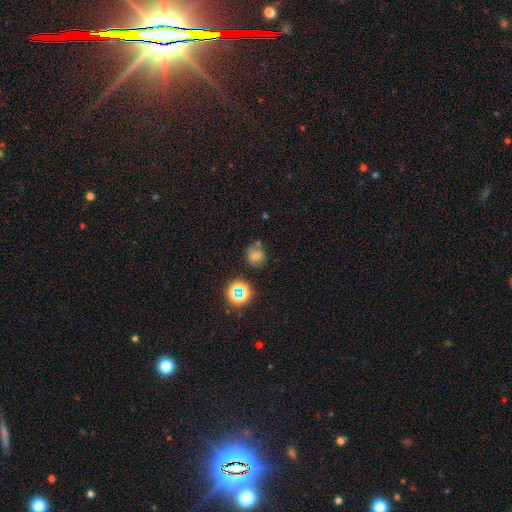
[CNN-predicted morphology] Smooth or featured? Predicted: smooth (p=0.66). How rounded? Predicted: round (p=0.84). Merging? Predicted: none (p=0.68).